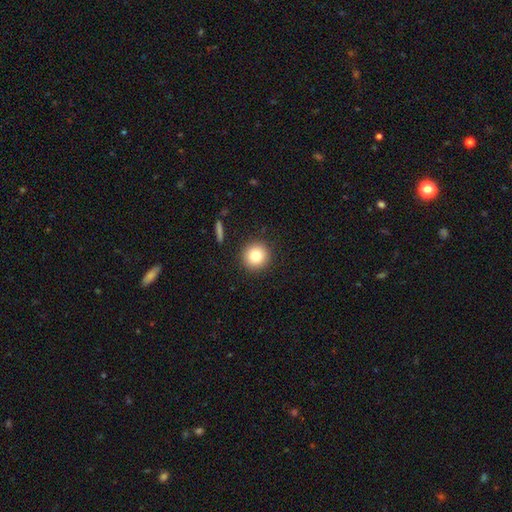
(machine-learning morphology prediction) Smooth or featured? Predicted: smooth (p=0.82). How rounded? Predicted: round (p=0.95). Merging? Predicted: none (p=0.91).